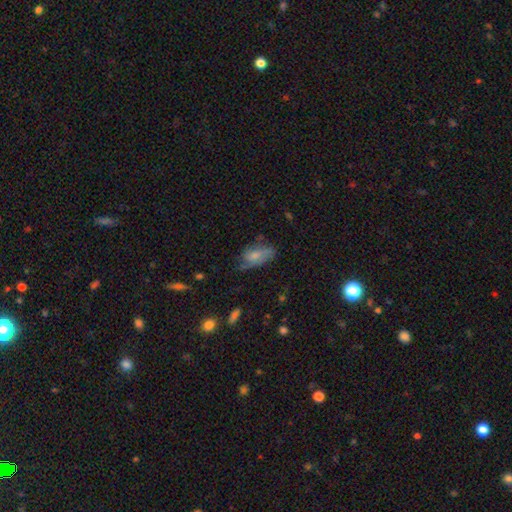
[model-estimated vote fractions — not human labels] A smooth galaxy with no disk features (52%) that is in between round and cigar-shaped (88%). Merging: none (47%).